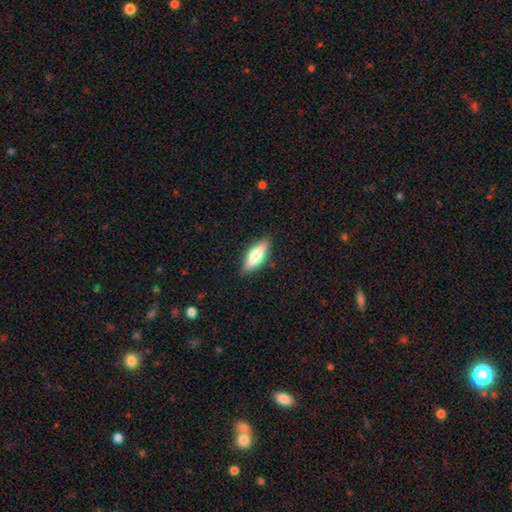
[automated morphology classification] A smooth galaxy with no disk features (55%) that is in between round and cigar-shaped (55%). Merging: none (87%).